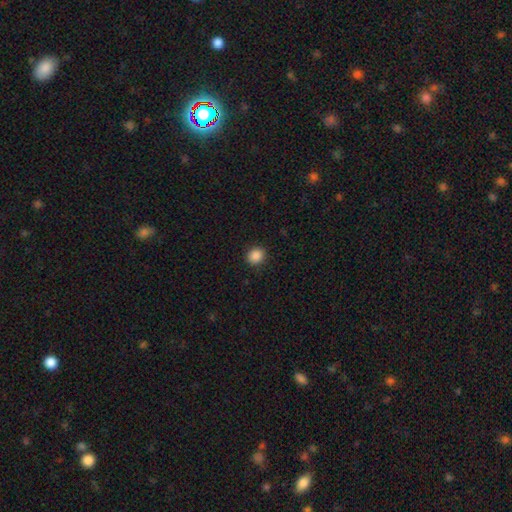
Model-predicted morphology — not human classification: Overall: smooth (87%). How rounded: round (84%). Merging: none (91%).